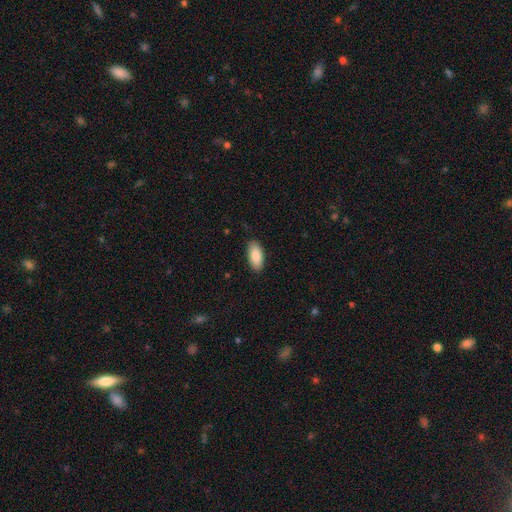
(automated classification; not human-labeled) This is clearly a smooth galaxy (89%). How rounded: clearly in between (91%). Merging: clearly none (88%).